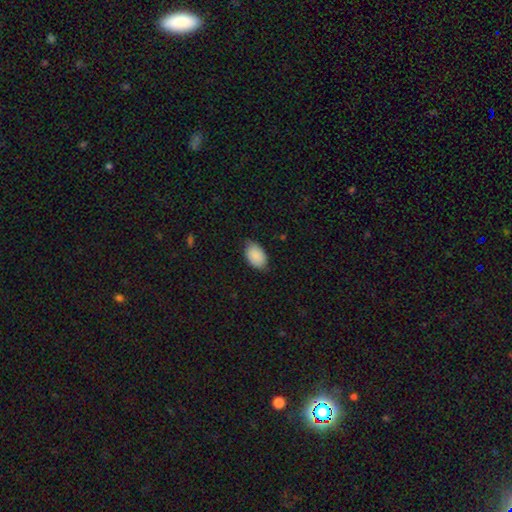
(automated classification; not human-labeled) Smooth or featured?
  - smooth: 88% *
  - star or artifact: 6%
  - featured or disk: 5%
How rounded?
  - in between: 91% *
  - round: 8%
  - cigar-shaped: 1%
Merging?
  - none: 75% *
  - minor disturbance: 21%
  - major disturbance: 3%
  - merger: 1%